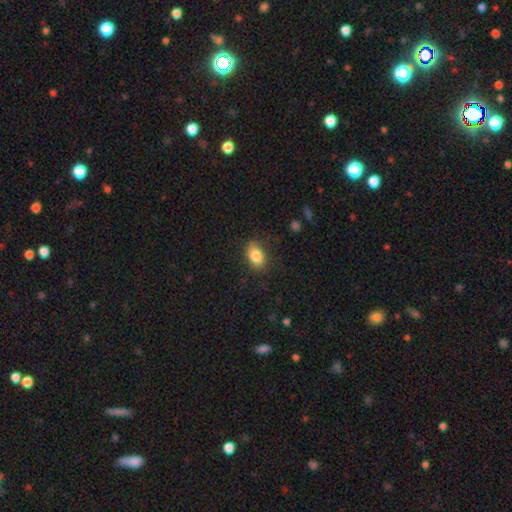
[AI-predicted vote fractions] The model was most divided on "merging": none: 83%, minor disturbance: 13%, major disturbance: 3%, merger: 1%. More confident: how rounded — in between (86%); smooth or featured — smooth (84%).